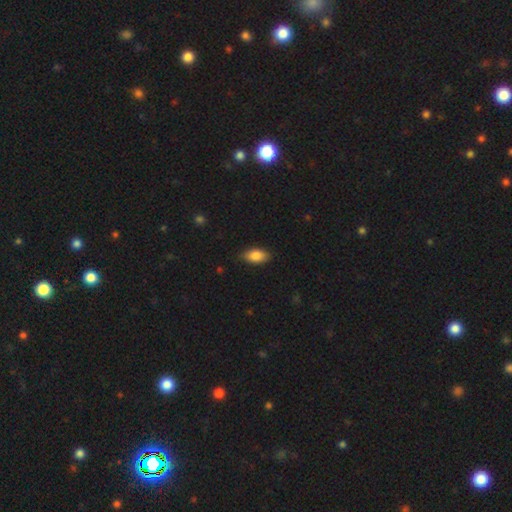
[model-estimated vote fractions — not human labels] This is clearly a smooth galaxy (85%). How rounded: clearly in between (91%). Merging: clearly none (84%).